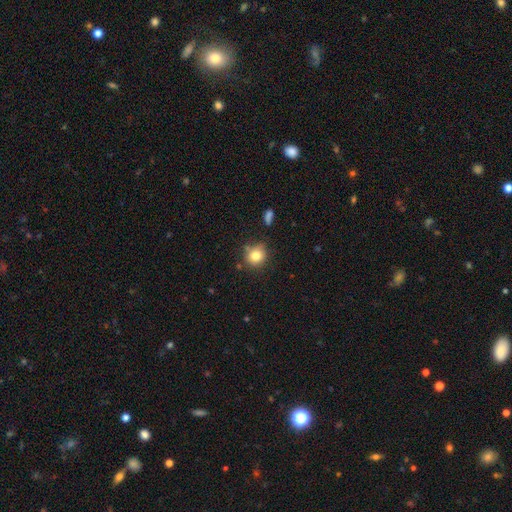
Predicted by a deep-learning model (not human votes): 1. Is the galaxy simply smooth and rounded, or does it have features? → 80% smooth, 11% star or artifact, 8% featured or disk.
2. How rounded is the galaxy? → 84% round, 15% in between, 1% cigar-shaped.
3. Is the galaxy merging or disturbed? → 75% none, 16% minor disturbance, 6% merger, 4% major disturbance.